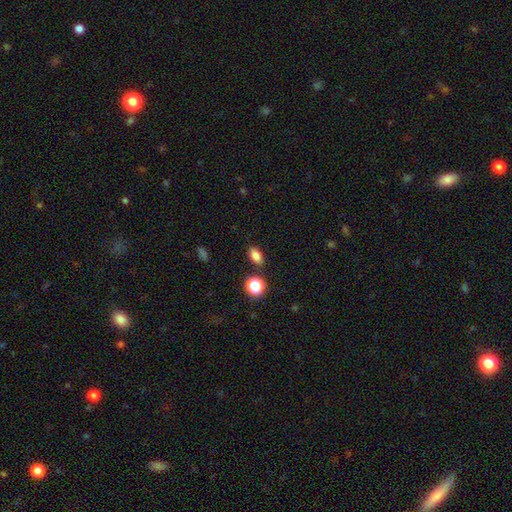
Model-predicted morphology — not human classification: Overall: smooth (82%). How rounded: in between (82%). Merging: none (84%).